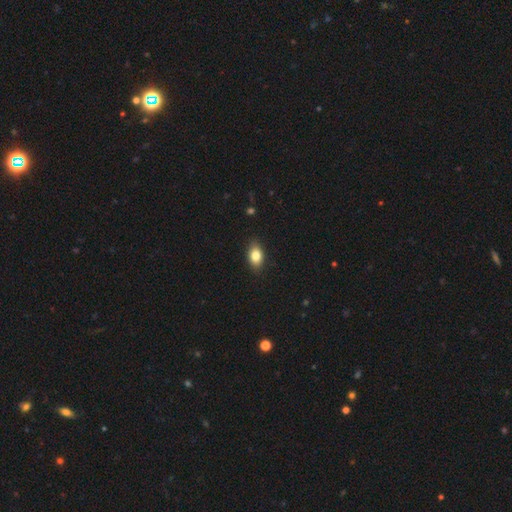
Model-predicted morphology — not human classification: Smooth or featured? smooth (82%)
How rounded? in between (85%)
Merging? none (87%)